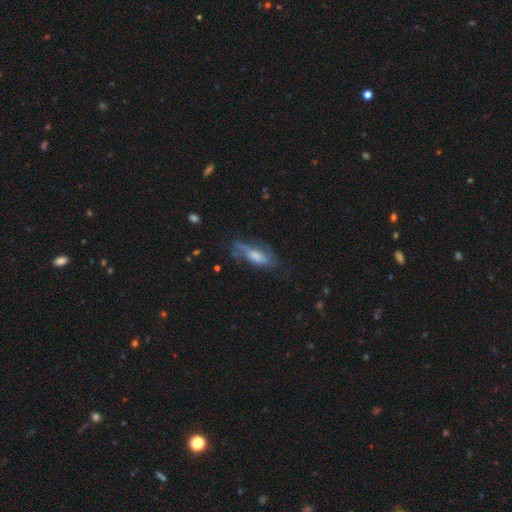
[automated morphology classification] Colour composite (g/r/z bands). It shows a featured or disk galaxy (48%). Merging: none (45%).